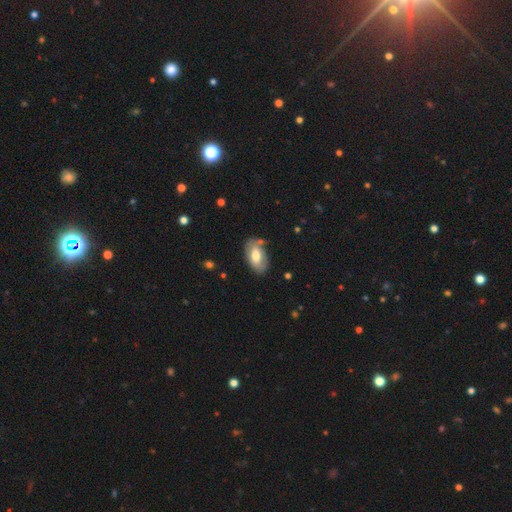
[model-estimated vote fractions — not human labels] Smooth or featured: smooth — 63% (featured or disk — 31%)
How rounded: in between — 94% (round — 4%)
Merging: none — 72% (minor disturbance — 19%)